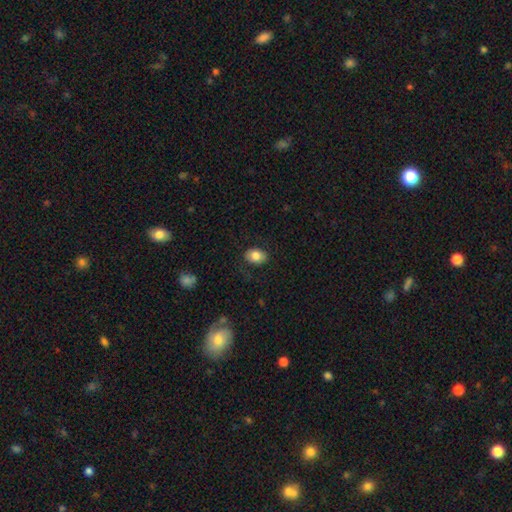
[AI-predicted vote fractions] Smooth or featured: smooth — 82% (featured or disk — 10%)
How rounded: in between — 72% (round — 27%)
Merging: none — 81% (minor disturbance — 13%)